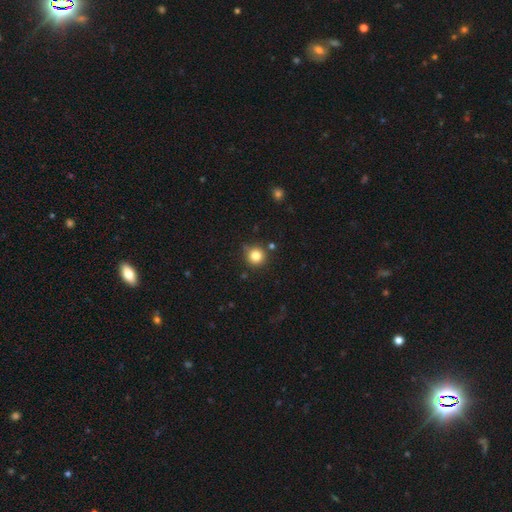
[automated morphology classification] smooth-or-featured: smooth: 82% | star or artifact: 12% | featured or disk: 6%
  how-rounded: round: 95% | in between: 4% | cigar-shaped: 1%
  merging: none: 84% | minor disturbance: 9% | merger: 4% | major disturbance: 3%